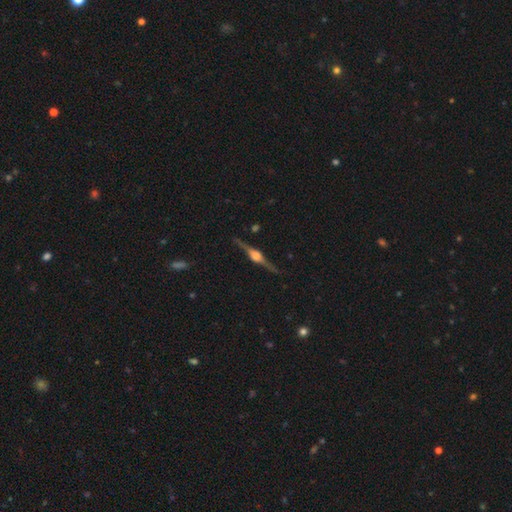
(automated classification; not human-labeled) Smooth or featured? Predicted: featured or disk (p=0.88). Edge-on disk? Predicted: yes (p=0.98). Edge-on bulge? Predicted: rounded (p=0.89). Merging? Predicted: none (p=0.89).